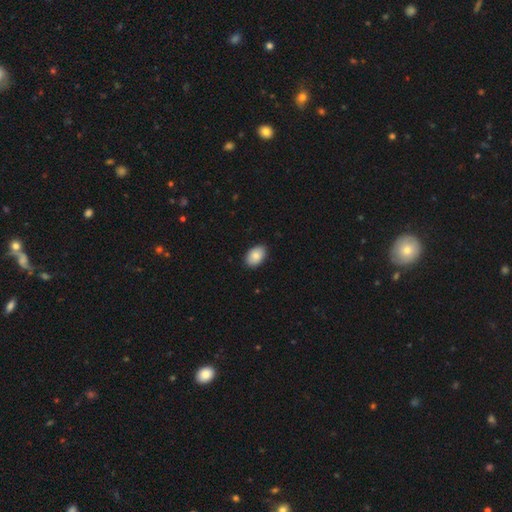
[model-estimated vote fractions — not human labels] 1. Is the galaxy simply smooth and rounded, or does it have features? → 85% smooth, 9% featured or disk, 7% star or artifact.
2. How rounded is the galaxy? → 89% in between, 10% round, 1% cigar-shaped.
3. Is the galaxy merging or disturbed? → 88% none, 9% minor disturbance, 2% major disturbance, 1% merger.